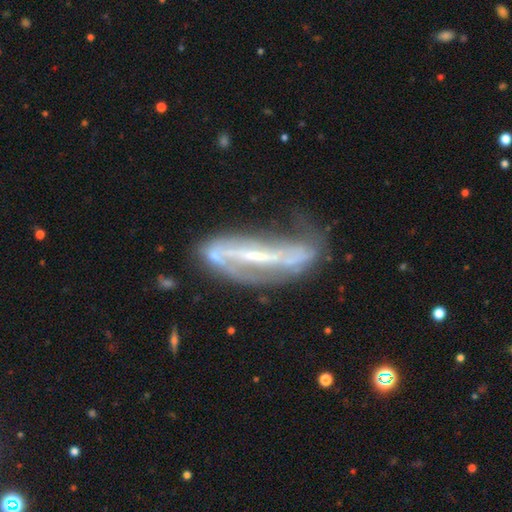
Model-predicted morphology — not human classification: This is clearly a featured or disk galaxy (80%). It is likely not viewed edge-on (72%). Bar: likely strong (66%). Spiral arm pattern: likely yes (76%). Central bulge: likely small (63%). Merging: possibly none (48%).